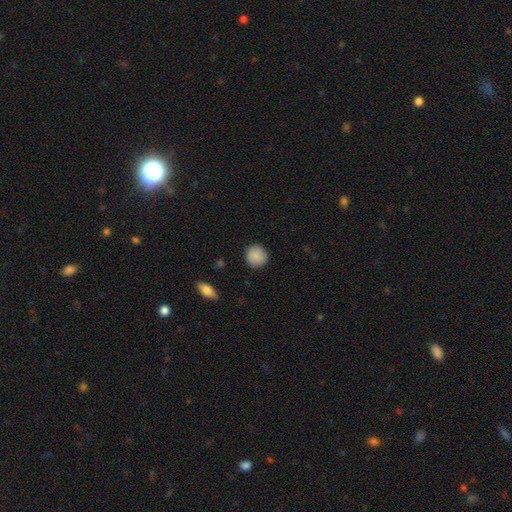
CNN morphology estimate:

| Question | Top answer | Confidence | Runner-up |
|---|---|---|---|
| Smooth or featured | smooth | 89% | star or artifact (7%) |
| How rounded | round | 91% | in between (8%) |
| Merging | none | 89% | minor disturbance (8%) |